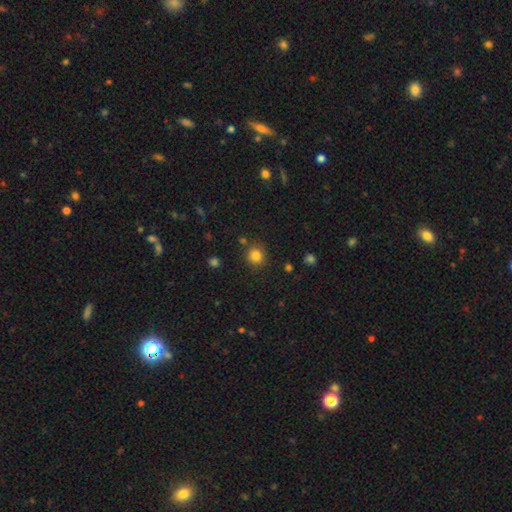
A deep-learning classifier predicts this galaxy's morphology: Smooth or featured? smooth (82%)
How rounded? round (90%)
Merging? none (85%)